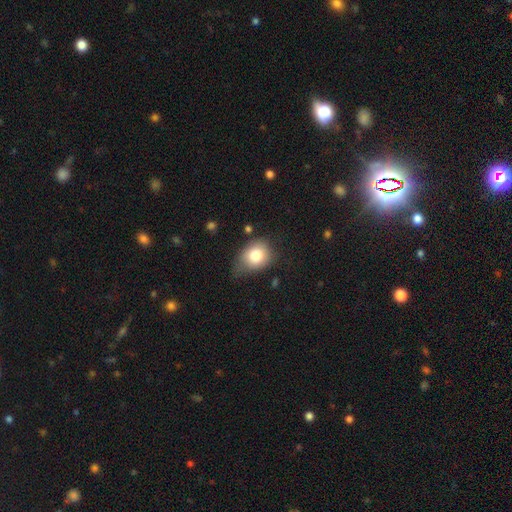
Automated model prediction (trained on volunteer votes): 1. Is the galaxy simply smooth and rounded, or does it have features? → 80% smooth, 11% featured or disk, 9% star or artifact.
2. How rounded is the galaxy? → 52% round, 47% in between, 1% cigar-shaped.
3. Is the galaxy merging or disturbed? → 50% none, 36% minor disturbance, 10% major disturbance, 3% merger.